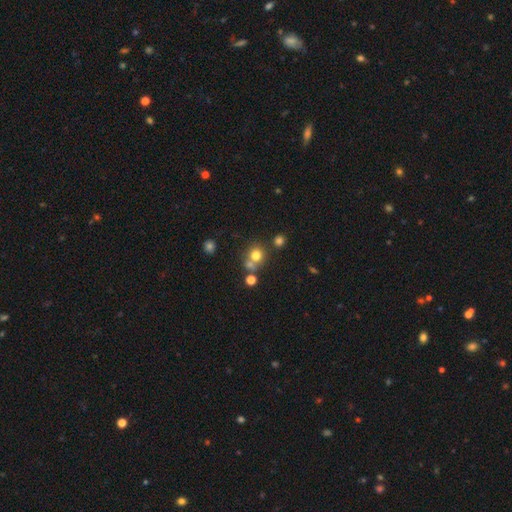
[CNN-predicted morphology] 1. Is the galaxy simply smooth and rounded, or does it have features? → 74% smooth, 16% star or artifact, 10% featured or disk.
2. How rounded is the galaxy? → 86% round, 13% in between, 1% cigar-shaped.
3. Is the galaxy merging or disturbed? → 58% none, 29% merger, 9% minor disturbance, 4% major disturbance.